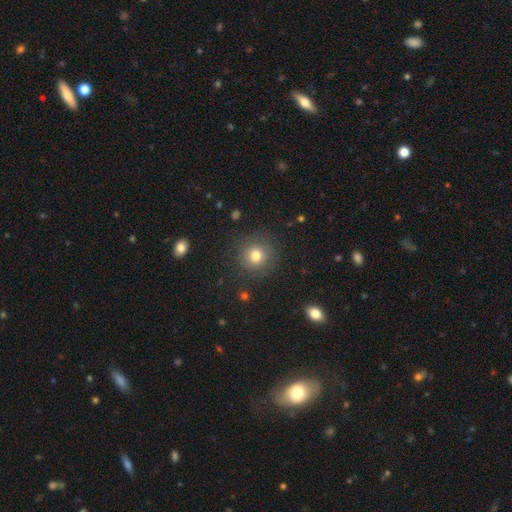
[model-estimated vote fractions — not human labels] Morphology: type=smooth (76%); roundness=round (92%); merging=none (85%).